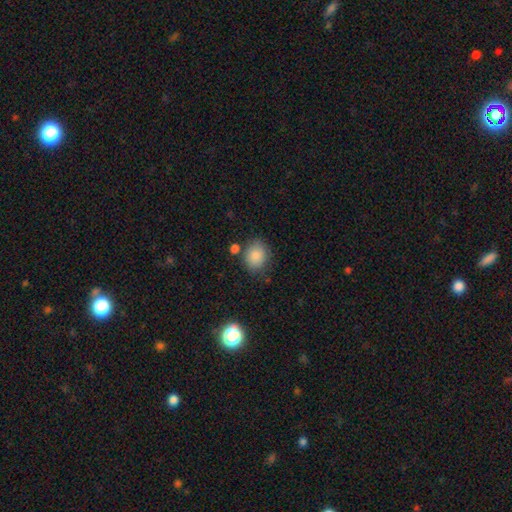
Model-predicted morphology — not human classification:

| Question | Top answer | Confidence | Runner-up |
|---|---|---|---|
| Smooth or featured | smooth | 85% | star or artifact (9%) |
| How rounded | round | 52% | in between (47%) |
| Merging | none | 75% | minor disturbance (14%) |